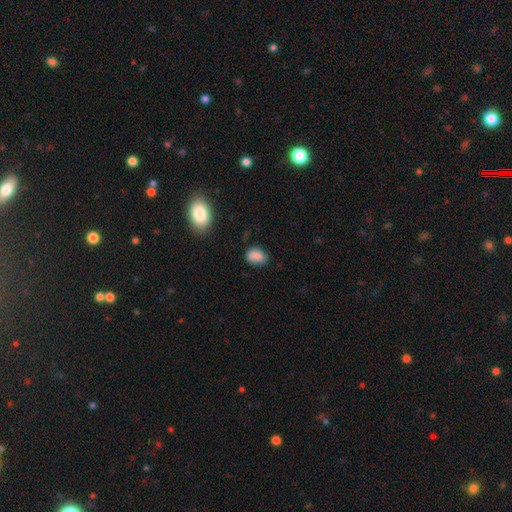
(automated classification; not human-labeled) Q: Smooth or featured?
A: smooth (84%); runner-up: star or artifact (10%)
Q: How rounded?
A: in between (77%); runner-up: round (21%)
Q: Merging?
A: none (66%); runner-up: minor disturbance (24%)